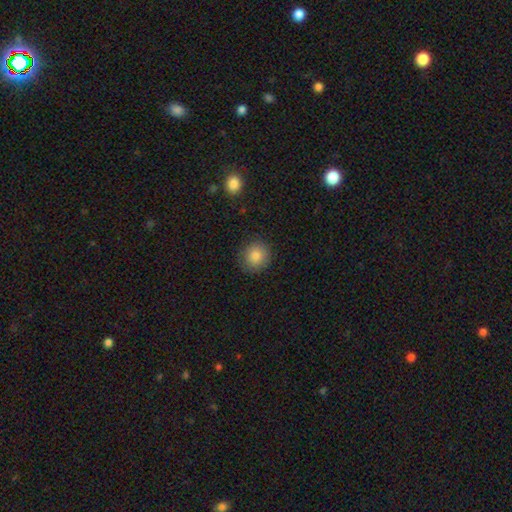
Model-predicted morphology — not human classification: Overall: smooth (84%). How rounded: round (88%). Merging: none (87%).